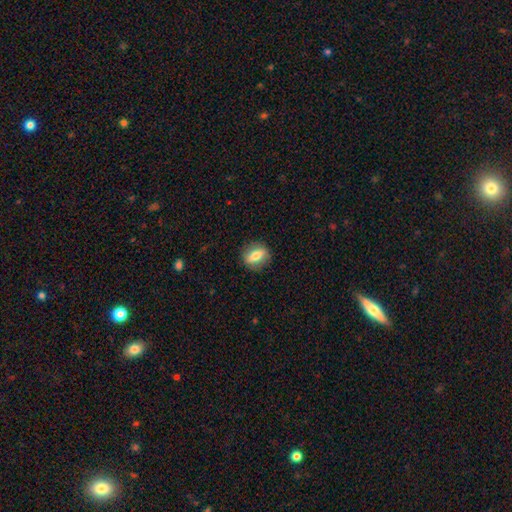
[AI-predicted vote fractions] smooth 59%, featured or disk 33%, star or artifact 8%. Down the decision tree: how rounded — in between (47%); merging — none (87%).